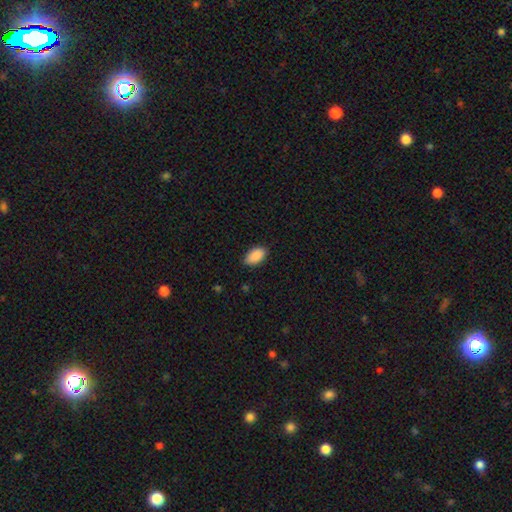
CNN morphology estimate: type=smooth (90%); roundness=in between (94%); merging=none (85%).